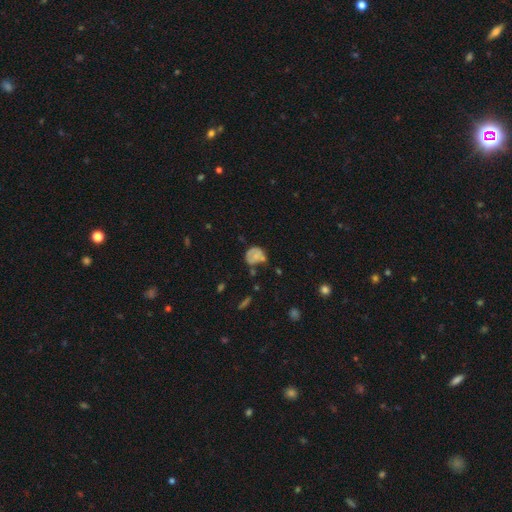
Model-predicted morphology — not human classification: A smooth galaxy with no disk features (59%) that is round (57%). Merging: none (36%).